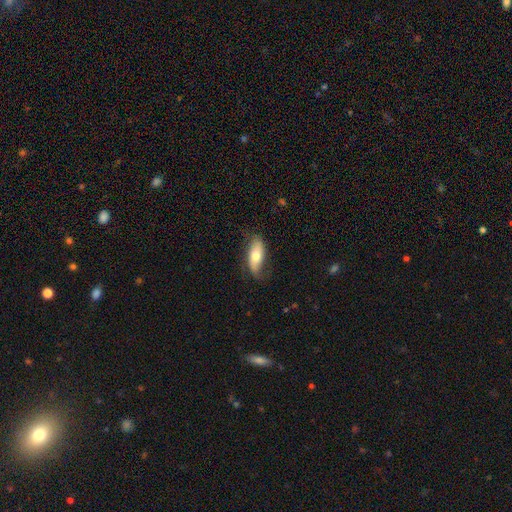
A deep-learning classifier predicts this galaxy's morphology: A smooth galaxy with no disk features (63%) that is in between round and cigar-shaped (79%). Merging: none (69%).